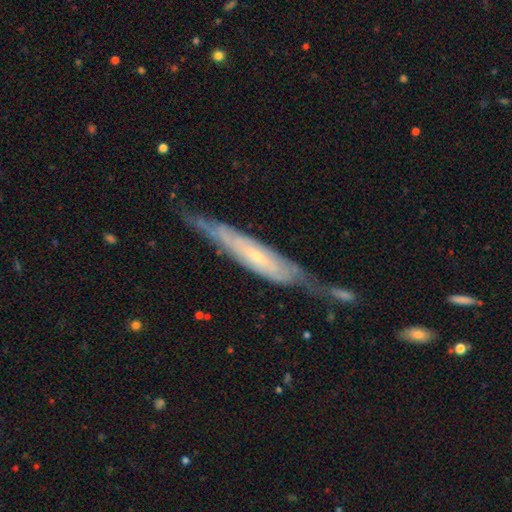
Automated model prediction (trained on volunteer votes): Q: Smooth or featured?
A: featured or disk (75%); runner-up: smooth (19%)
Q: Edge-on disk?
A: yes (54%); runner-up: no (46%)
Q: Merging?
A: none (50%); runner-up: minor disturbance (28%)